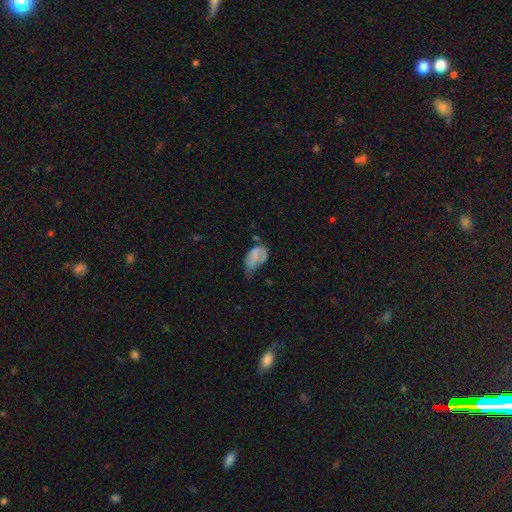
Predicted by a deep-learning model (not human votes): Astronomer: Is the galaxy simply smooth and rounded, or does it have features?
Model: smooth — 63%.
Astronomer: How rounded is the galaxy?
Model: in between — 89%.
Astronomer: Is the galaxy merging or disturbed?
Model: major disturbance — 41% (runner-up: minor disturbance, 36%).